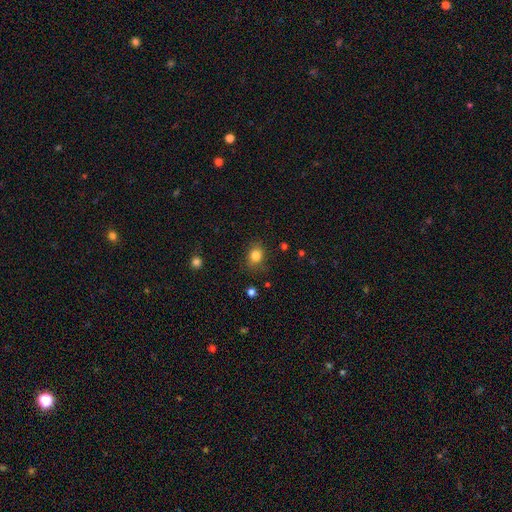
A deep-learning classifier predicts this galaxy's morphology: A smooth galaxy with no disk features (82%) that is round (58%).

Vote fractions:
- Smooth or featured? smooth: 82% / star or artifact: 11% / featured or disk: 6%
- How rounded? round: 58% / in between: 41% / cigar-shaped: 1%
- Merging? none: 80% / minor disturbance: 15% / major disturbance: 4% / merger: 2%